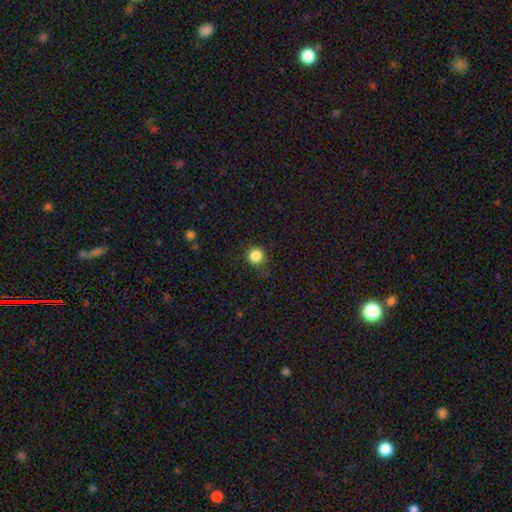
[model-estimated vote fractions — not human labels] A smooth galaxy with no disk features (86%) that is round (94%).

Vote fractions:
- Smooth or featured? smooth: 86% / star or artifact: 11% / featured or disk: 3%
- How rounded? round: 94% / in between: 5% / cigar-shaped: 1%
- Merging? none: 85% / minor disturbance: 11% / major disturbance: 3% / merger: 1%